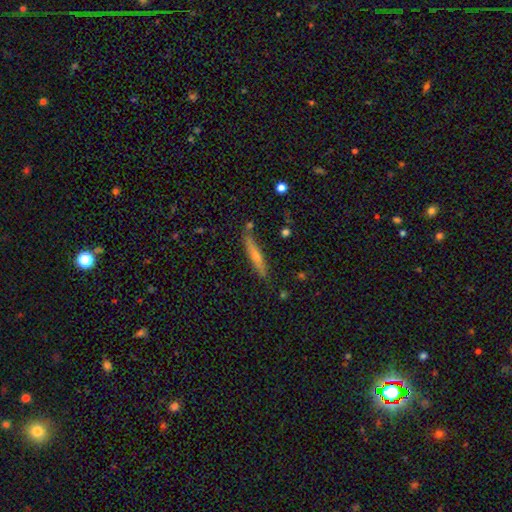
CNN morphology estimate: A smooth galaxy with no disk features (52%) that is cigar-shaped (92%).

Vote fractions:
- Smooth or featured? smooth: 52% / featured or disk: 41% / star or artifact: 7%
- How rounded? cigar-shaped: 92% / in between: 7% / round: 2%
- Merging? none: 82% / minor disturbance: 12% / merger: 4% / major disturbance: 2%